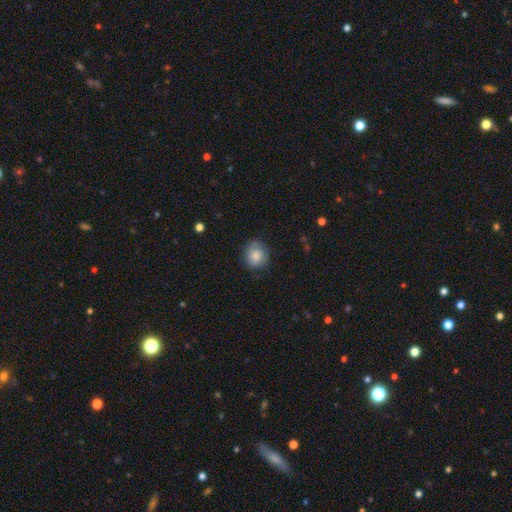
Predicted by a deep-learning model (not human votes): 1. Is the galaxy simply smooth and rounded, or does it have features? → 78% smooth, 14% featured or disk, 8% star or artifact.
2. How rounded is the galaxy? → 78% round, 21% in between, 1% cigar-shaped.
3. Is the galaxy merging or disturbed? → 74% none, 20% minor disturbance, 5% major disturbance, 1% merger.